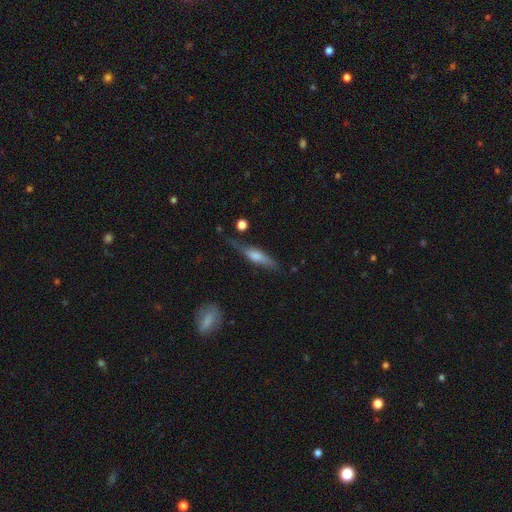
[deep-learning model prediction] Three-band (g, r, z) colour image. It shows a featured or disk galaxy (57%) viewed edge-on (92%) with a rounded central bulge (76%). Merging: none (71%).